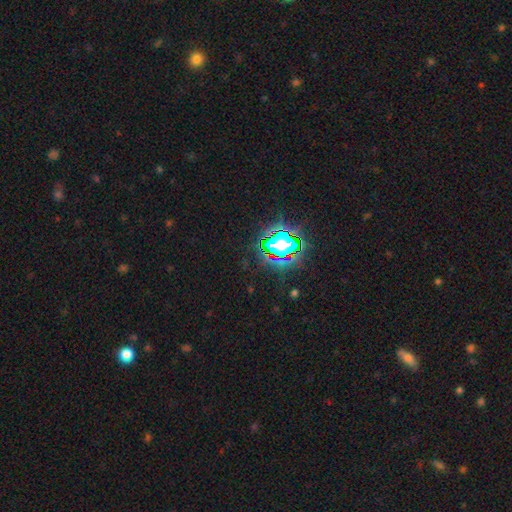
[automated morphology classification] Overall: star or artifact (81%).